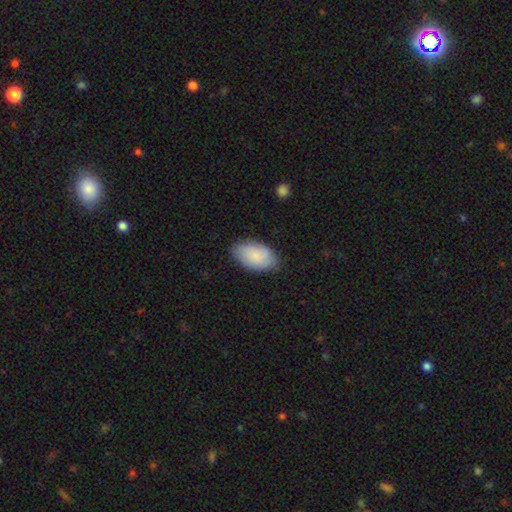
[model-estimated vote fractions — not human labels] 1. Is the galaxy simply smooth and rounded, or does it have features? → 87% smooth, 8% featured or disk, 6% star or artifact.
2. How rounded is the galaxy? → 94% in between, 4% round, 1% cigar-shaped.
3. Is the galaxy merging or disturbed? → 81% none, 15% minor disturbance, 3% major disturbance, 1% merger.